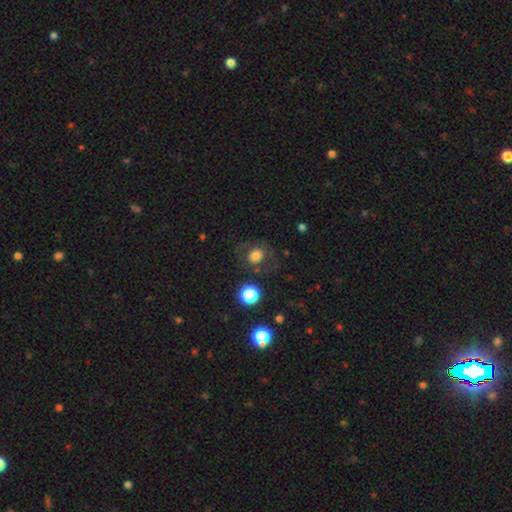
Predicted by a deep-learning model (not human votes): smooth-or-featured: smooth: 69% | featured or disk: 17% | star or artifact: 14%
  how-rounded: round: 67% | in between: 32% | cigar-shaped: 1%
  merging: none: 68% | minor disturbance: 16% | major disturbance: 13% | merger: 3%